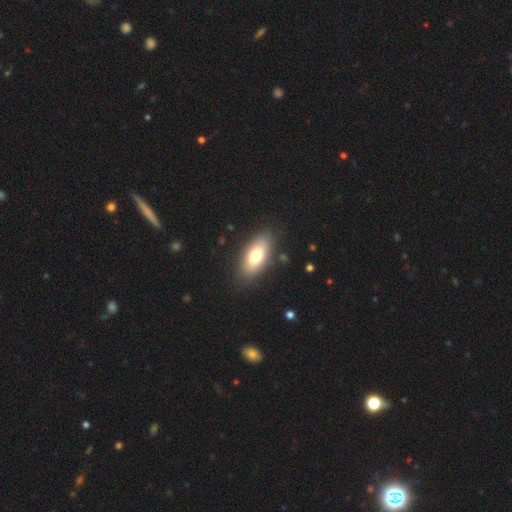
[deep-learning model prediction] smooth 73%, featured or disk 20%, star or artifact 7%. Down the decision tree: how rounded — in between (88%); merging — none (85%).